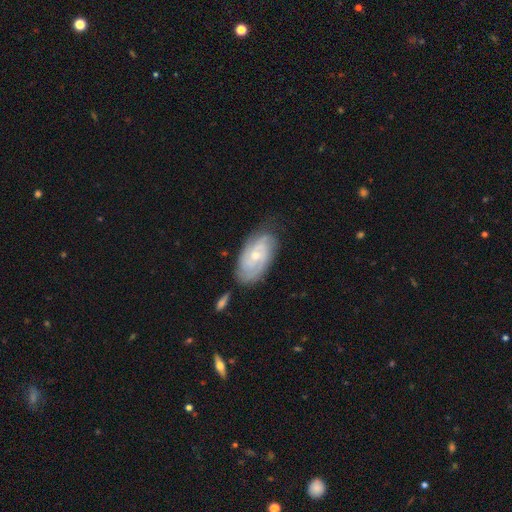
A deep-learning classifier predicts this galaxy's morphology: Q: Smooth or featured?
A: featured or disk (77%); runner-up: smooth (17%)
Q: Edge-on disk?
A: no (94%); runner-up: yes (6%)
Q: Bar?
A: no (66%); runner-up: weak (29%)
Q: Spiral arms?
A: yes (93%); runner-up: no (7%)
Q: Spiral winding?
A: tight (61%); runner-up: medium (31%)
Q: Spiral arm count?
A: can't tell (31%); runner-up: 2 (28%)
Q: Bulge size?
A: small (53%); runner-up: moderate (43%)
Q: Merging?
A: none (74%); runner-up: minor disturbance (19%)